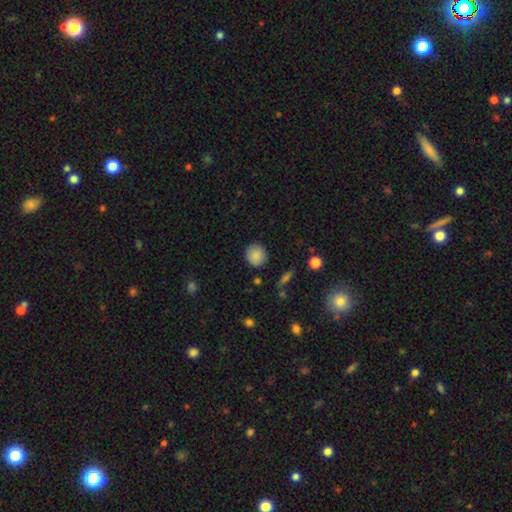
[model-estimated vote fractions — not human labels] Smooth or featured: smooth — 86% (star or artifact — 8%)
How rounded: round — 91% (in between — 8%)
Merging: none — 88% (minor disturbance — 8%)